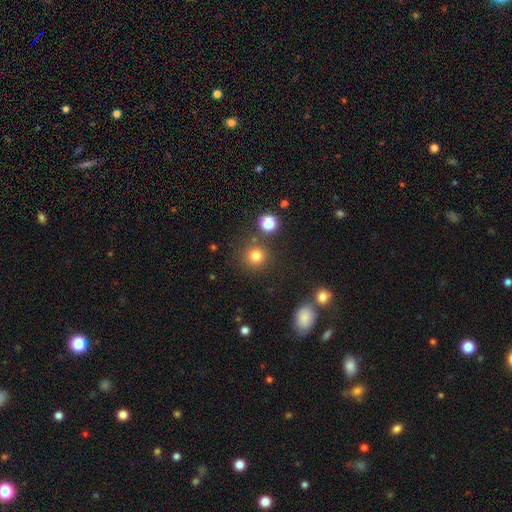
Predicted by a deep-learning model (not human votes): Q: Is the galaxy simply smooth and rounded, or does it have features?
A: smooth — 78%.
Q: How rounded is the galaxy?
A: round — 93%.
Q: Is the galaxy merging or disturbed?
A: none — 83%.